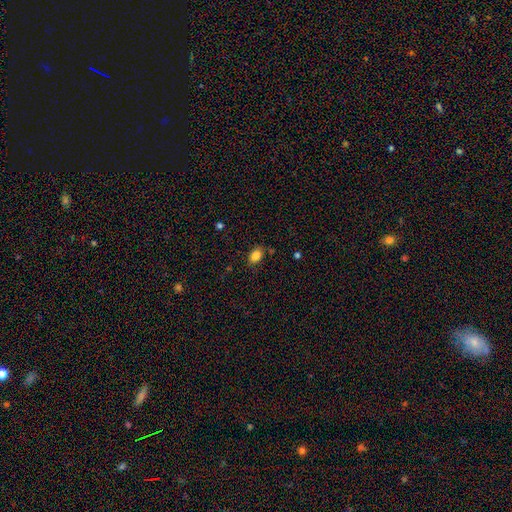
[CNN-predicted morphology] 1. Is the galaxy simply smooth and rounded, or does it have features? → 85% smooth, 10% star or artifact, 5% featured or disk.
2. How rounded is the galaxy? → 81% in between, 18% round, 1% cigar-shaped.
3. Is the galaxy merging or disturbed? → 81% none, 14% minor disturbance, 3% major disturbance, 2% merger.